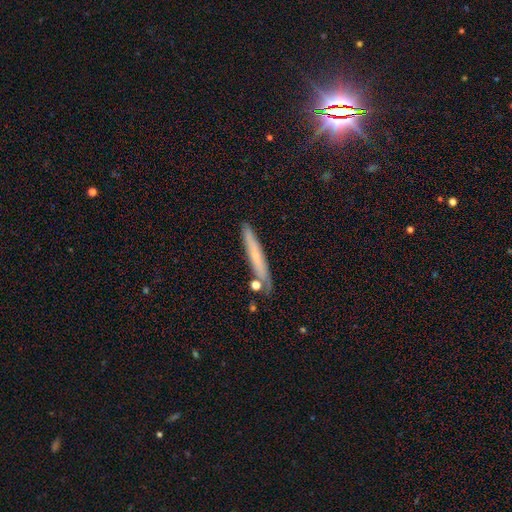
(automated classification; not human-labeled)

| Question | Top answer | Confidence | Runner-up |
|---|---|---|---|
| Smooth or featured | smooth | 56% | featured or disk (37%) |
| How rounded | cigar-shaped | 95% | in between (4%) |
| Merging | none | 80% | minor disturbance (13%) |